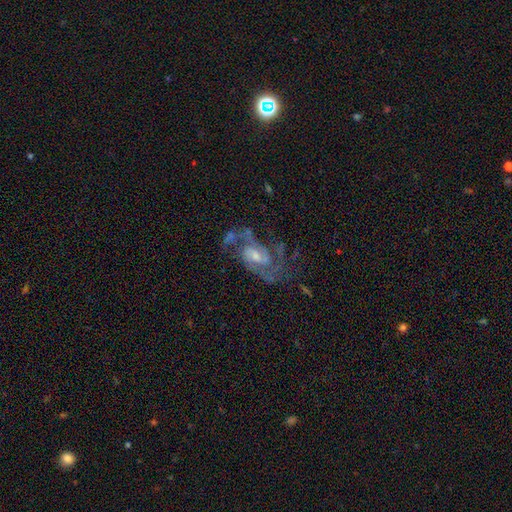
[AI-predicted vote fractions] This is clearly a featured or disk galaxy (87%). It is clearly not viewed edge-on (97%). Bar: possibly weak (49%). Spiral arm pattern: clearly yes (95%). Spiral arm count: possibly 2 (59%). Spiral winding: possibly medium (53%). Central bulge: possibly small (46%). Merging: possibly none (55%).